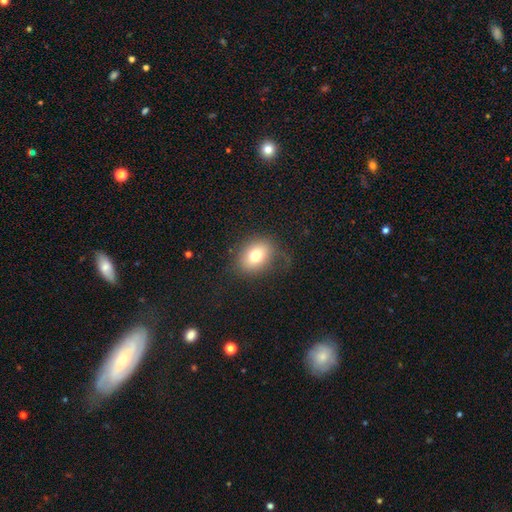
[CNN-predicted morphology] Smooth or featured? smooth (75%)
How rounded? in between (59%)
Merging? none (71%)